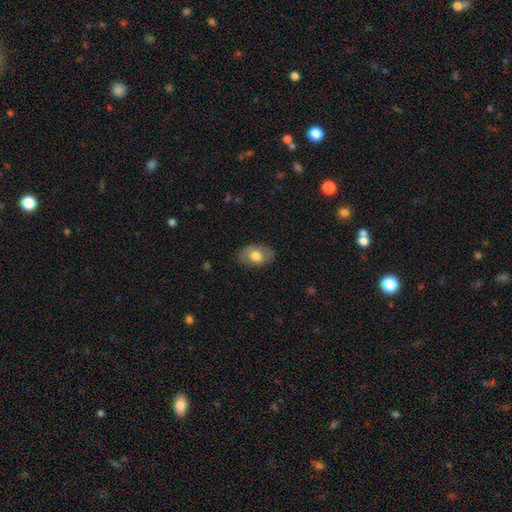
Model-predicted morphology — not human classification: This is likely a smooth galaxy (68%). How rounded: clearly in between (86%). Merging: likely none (79%).